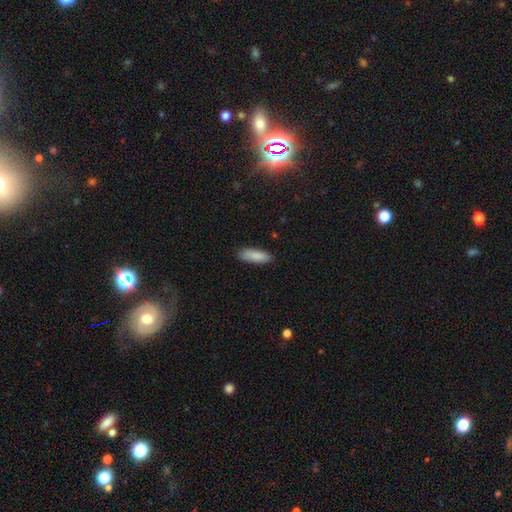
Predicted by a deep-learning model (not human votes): Smooth or featured?
  - smooth: 88% *
  - featured or disk: 6%
  - star or artifact: 6%
How rounded?
  - in between: 60% *
  - cigar-shaped: 39%
  - round: 2%
Merging?
  - none: 85% *
  - minor disturbance: 12%
  - major disturbance: 2%
  - merger: 1%